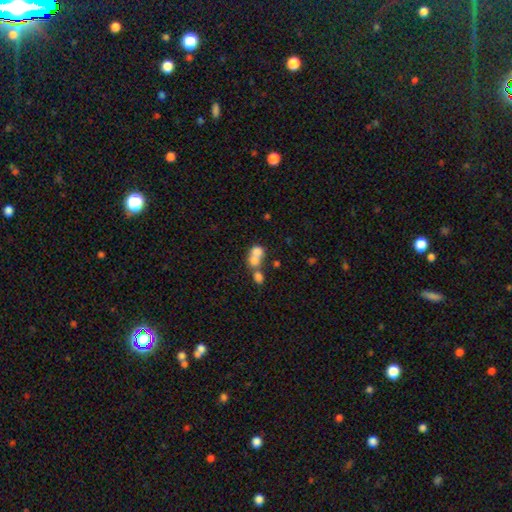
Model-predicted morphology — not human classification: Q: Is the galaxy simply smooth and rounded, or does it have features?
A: smooth — 66%.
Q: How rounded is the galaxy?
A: in between — 52%.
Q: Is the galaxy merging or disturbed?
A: merger — 71%.